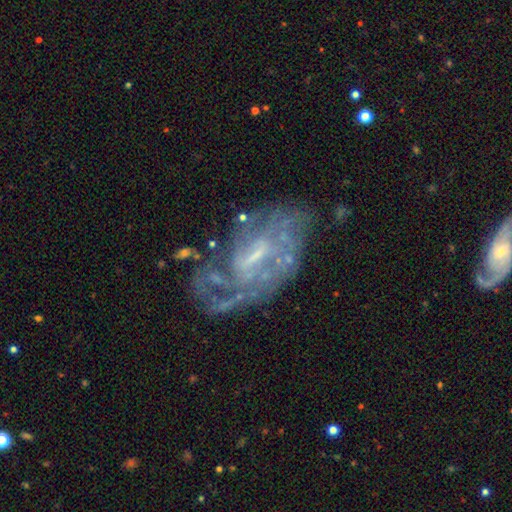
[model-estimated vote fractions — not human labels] Q: Smooth or featured?
A: featured or disk (79%); runner-up: smooth (13%)
Q: Edge-on disk?
A: no (95%); runner-up: yes (5%)
Q: Bar?
A: weak (52%); runner-up: no (33%)
Q: Spiral arms?
A: yes (74%); runner-up: no (26%)
Q: Spiral winding?
A: tight (47%); runner-up: medium (35%)
Q: Spiral arm count?
A: can't tell (55%); runner-up: 2 (17%)
Q: Bulge size?
A: small (49%); runner-up: moderate (26%)
Q: Merging?
A: none (53%); runner-up: minor disturbance (23%)